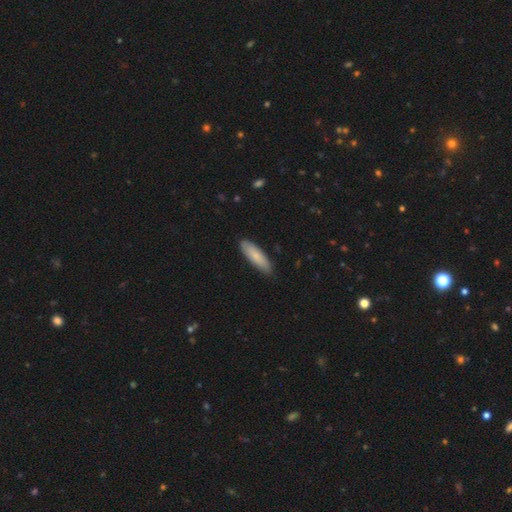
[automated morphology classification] smooth 78%, featured or disk 17%, star or artifact 5%. Down the decision tree: how rounded — cigar-shaped (59%); merging — none (86%).